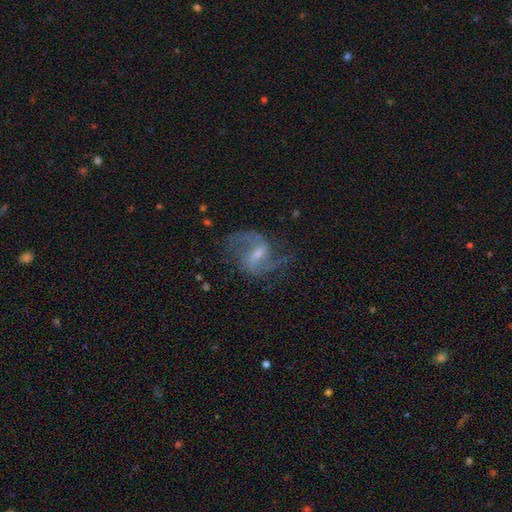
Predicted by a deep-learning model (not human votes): smooth-or-featured: featured or disk: 85% | smooth: 8% | star or artifact: 7%
  disk-edge-on: no: 97% | yes: 3%
    bar: weak: 56% | strong: 27% | no: 17%
    has-spiral-arms: yes: 95% | no: 5%
      spiral-winding: medium: 46% | loose: 45% | tight: 9%
      spiral-arm-count: 2: 85% | can't tell: 5% | 3: 4% | 1: 3% | 4: 1% | more than 4: 1%
    bulge-size: small: 55% | moderate: 33% | none: 8% | large: 3% | dominant: 1%
  merging: none: 65% | minor disturbance: 18% | major disturbance: 16% | merger: 2%